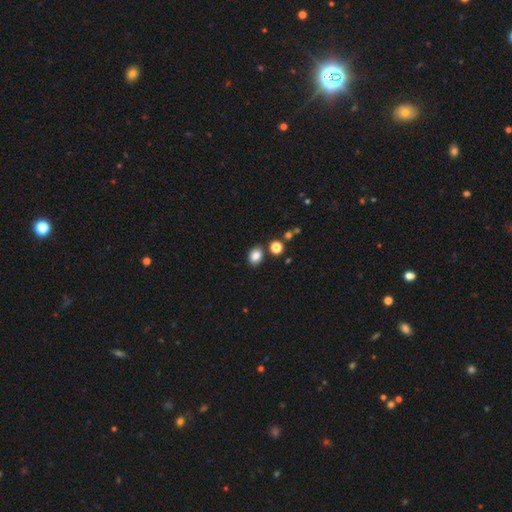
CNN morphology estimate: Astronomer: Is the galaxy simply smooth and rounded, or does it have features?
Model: smooth — 84%.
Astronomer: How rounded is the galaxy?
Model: in between — 58% (runner-up: round, 41%).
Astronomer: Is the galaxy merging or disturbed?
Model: none — 81%.